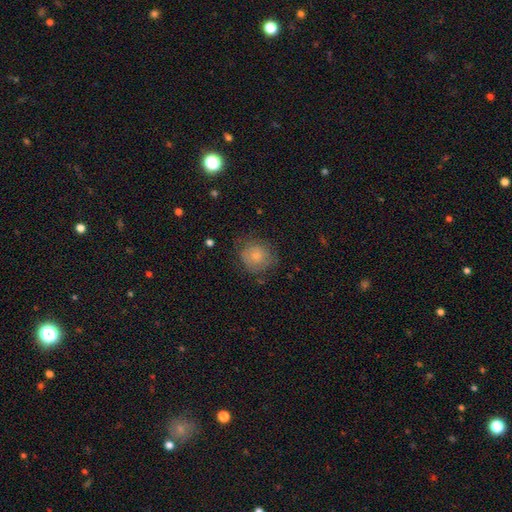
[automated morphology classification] smooth_or_featured: smooth (p=0.70) [alt: featured or disk p=0.21]
how_rounded: round (p=0.85) [alt: in between p=0.14]
merging: none (p=0.67) [alt: minor disturbance p=0.22]